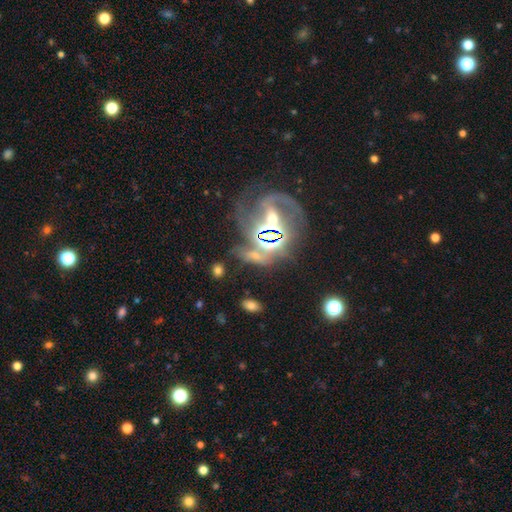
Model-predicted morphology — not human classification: Smooth or featured: star or artifact — 47% (smooth — 28%)